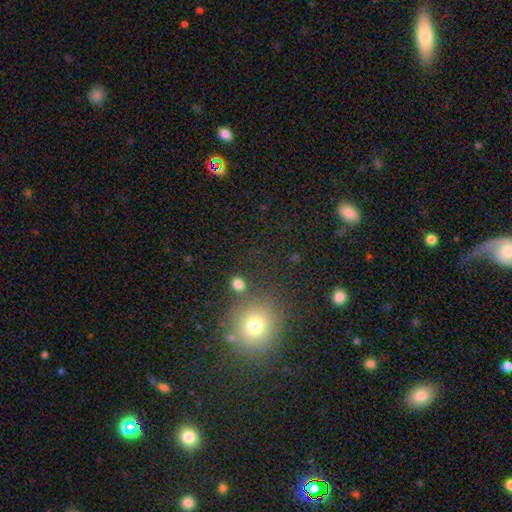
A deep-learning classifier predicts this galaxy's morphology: smooth-or-featured: smooth: 56% | star or artifact: 35% | featured or disk: 9%
  how-rounded: round: 85% | in between: 13% | cigar-shaped: 2%
  merging: none: 83% | minor disturbance: 9% | major disturbance: 4% | merger: 4%